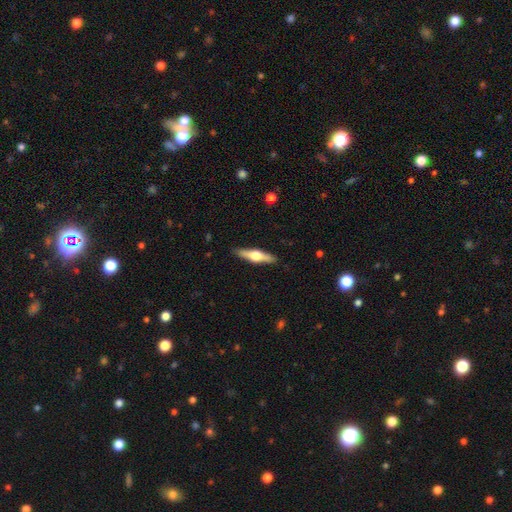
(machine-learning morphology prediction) Smooth or featured? Predicted: featured or disk (p=0.63). Edge-on disk? Predicted: yes (p=0.96). Edge-on bulge? Predicted: rounded (p=0.95). Merging? Predicted: none (p=0.90).